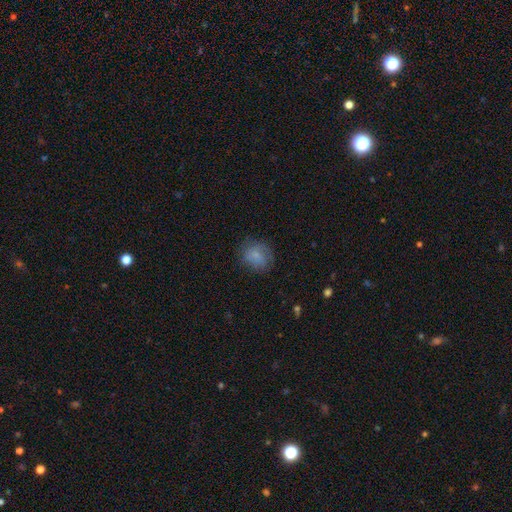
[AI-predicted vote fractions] This appears to be a smooth galaxy with no disk features (71%) that is round (73%). Merging: none (67%).